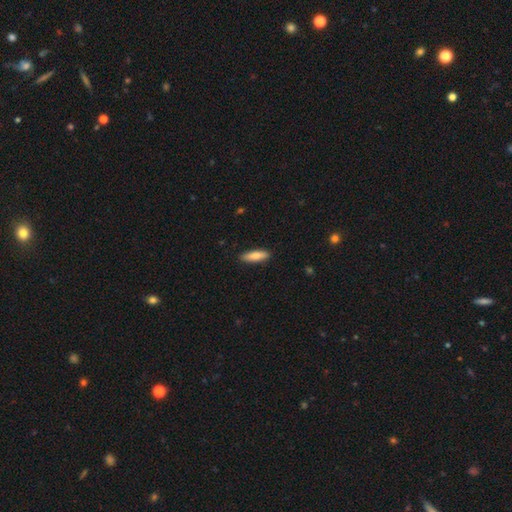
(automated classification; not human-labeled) Overall: smooth (81%). How rounded: cigar-shaped (57%; in between 41%). Merging: none (89%).